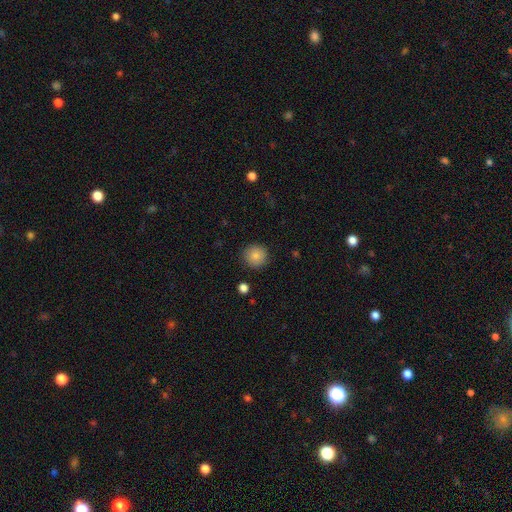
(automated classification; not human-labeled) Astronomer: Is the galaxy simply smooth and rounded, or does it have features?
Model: smooth — 84%.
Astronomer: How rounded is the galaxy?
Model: round — 94%.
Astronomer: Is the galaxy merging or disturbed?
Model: none — 90%.